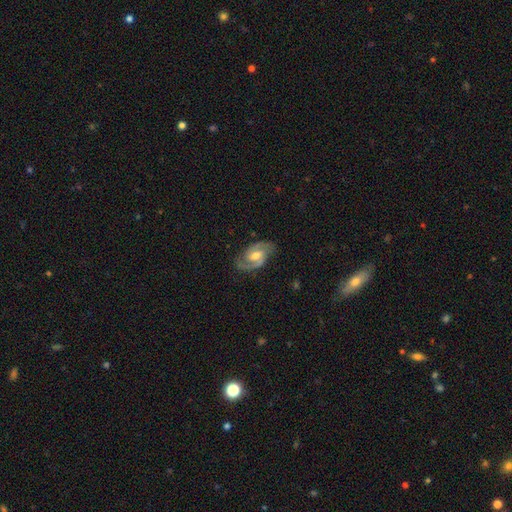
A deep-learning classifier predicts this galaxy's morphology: A featured or disk galaxy (89%) with a weak bar (52%), 2 (93%) medium (55%) spiral arms (97%) and a moderate central bulge (71%). Merging: none (83%).